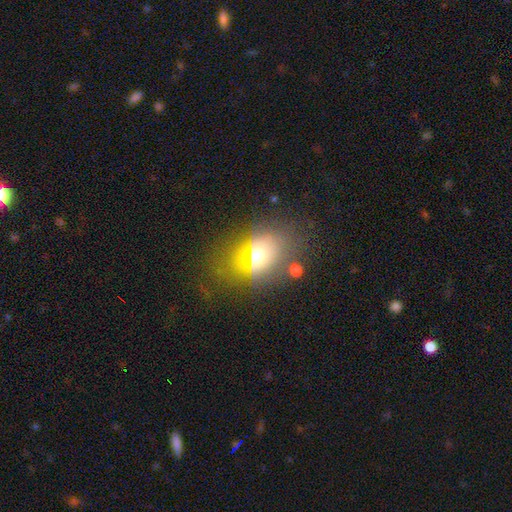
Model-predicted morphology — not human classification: Smooth or featured?
  - smooth: 54% *
  - featured or disk: 25%
  - star or artifact: 21%
How rounded?
  - in between: 63% *
  - round: 34%
  - cigar-shaped: 3%
Merging?
  - none: 59% *
  - minor disturbance: 20%
  - major disturbance: 16%
  - merger: 6%